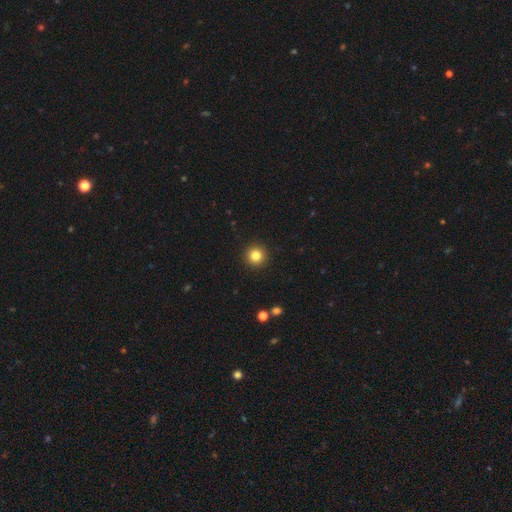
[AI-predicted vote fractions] The model was most divided on "smooth or featured": smooth: 82%, star or artifact: 12%, featured or disk: 6%. More confident: how rounded — round (96%); merging — none (93%).